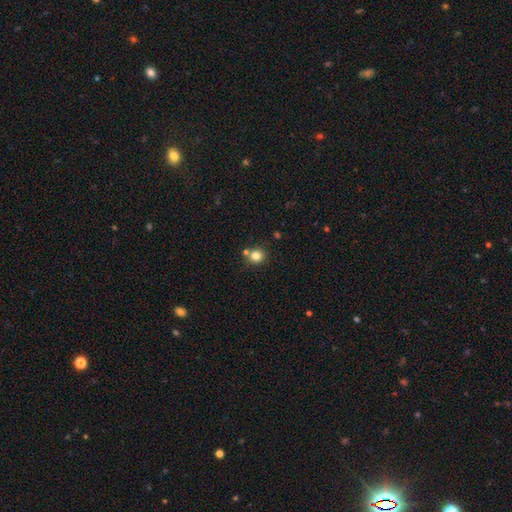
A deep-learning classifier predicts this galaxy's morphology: smooth_or_featured: smooth (p=0.81) [alt: star or artifact p=0.13]
how_rounded: round (p=0.85) [alt: in between p=0.14]
merging: none (p=0.72) [alt: merger p=0.16]